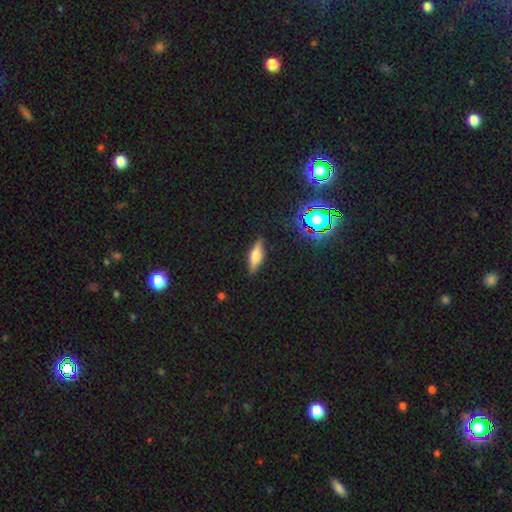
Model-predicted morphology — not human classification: smooth 45% (tied), featured or disk 45% (tied), star or artifact 10%. Down the decision tree: merging — none (86%).